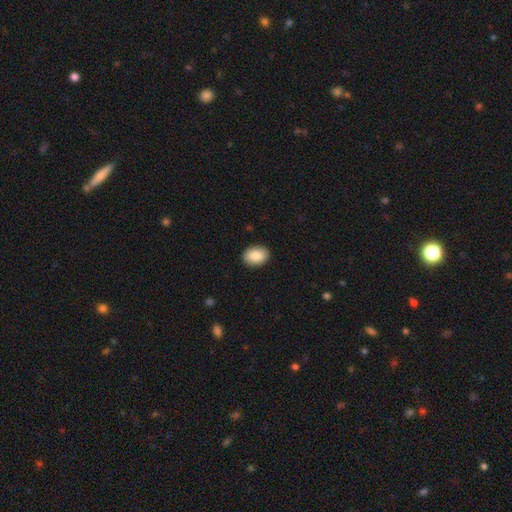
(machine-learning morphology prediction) Overall: smooth (88%). How rounded: in between (77%). Merging: none (90%).